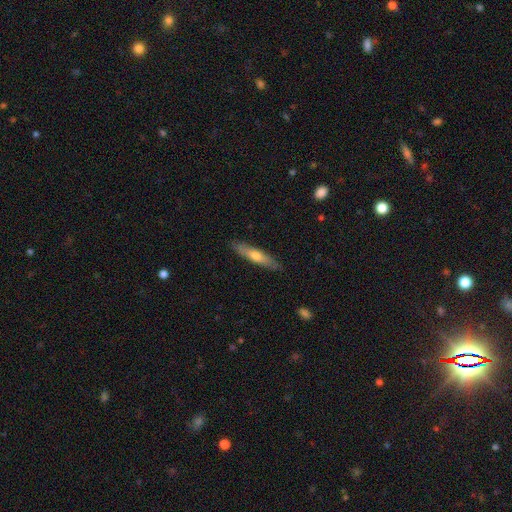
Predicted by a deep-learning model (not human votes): The model was most divided on "smooth or featured": smooth: 54%, featured or disk: 40%, star or artifact: 6%. More confident: merging — none (88%); how rounded — cigar-shaped (83%).